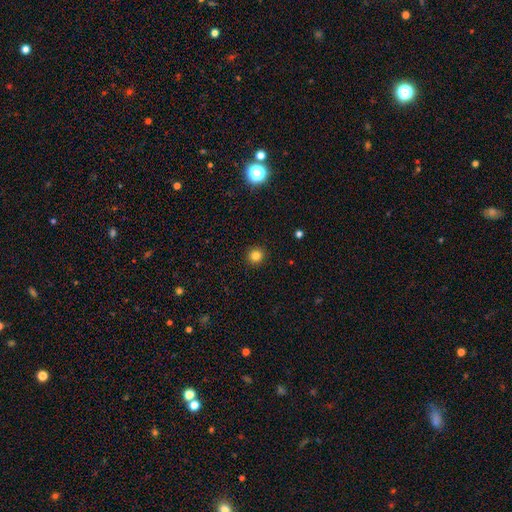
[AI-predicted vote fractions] The model was most divided on "smooth or featured": smooth: 82%, star or artifact: 13%, featured or disk: 5%. More confident: how rounded — round (93%); merging — none (92%).